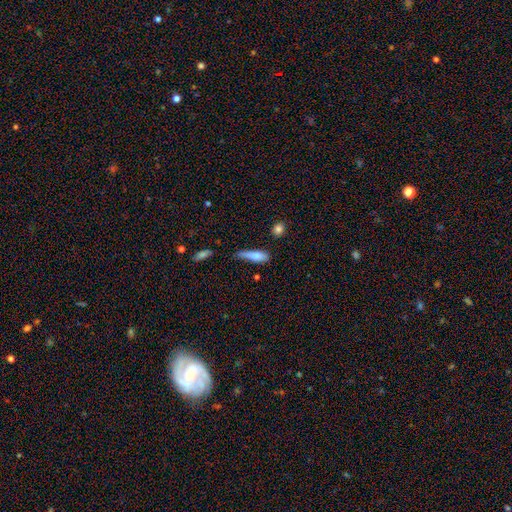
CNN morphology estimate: Q: Smooth or featured?
A: smooth (77%); runner-up: featured or disk (15%)
Q: How rounded?
A: cigar-shaped (60%); runner-up: in between (37%)
Q: Merging?
A: minor disturbance (42%); runner-up: none (38%)